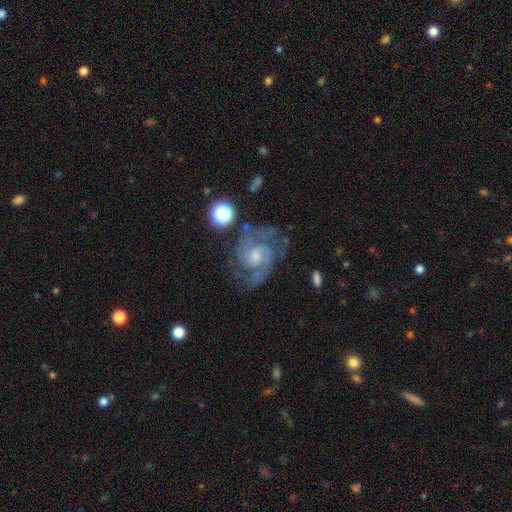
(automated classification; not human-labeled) smooth-or-featured: featured or disk: 85% | smooth: 8% | star or artifact: 7%
  disk-edge-on: no: 98% | yes: 2%
    bar: no: 56% | weak: 38% | strong: 6%
    has-spiral-arms: yes: 95% | no: 5%
      spiral-winding: medium: 48% | tight: 41% | loose: 11%
      spiral-arm-count: 2: 59% | 3: 15% | can't tell: 15% | 4: 4% | 1: 4% | more than 4: 3%
    bulge-size: moderate: 45% | small: 40% | none: 8% | large: 5% | dominant: 1%
  merging: none: 68% | minor disturbance: 18% | major disturbance: 11% | merger: 3%